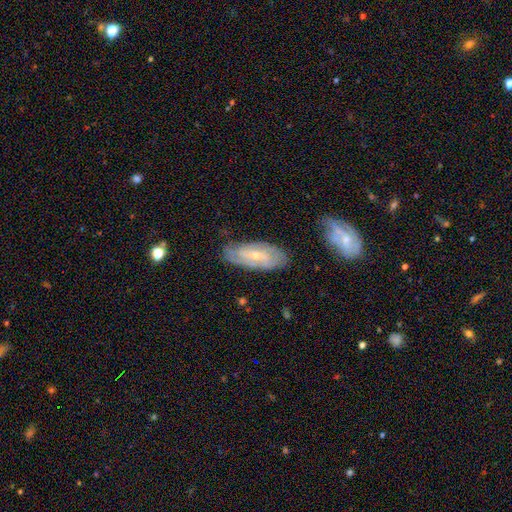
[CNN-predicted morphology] The model was most divided on "bar": no: 47%, weak: 39%, strong: 14%. Remaining: edge-on disk — no (89%); spiral arms — yes (84%); merging — none (75%); bulge size — small (69%); smooth or featured — featured or disk (69%); spiral winding — tight (56%); spiral arm count — can't tell (46%).